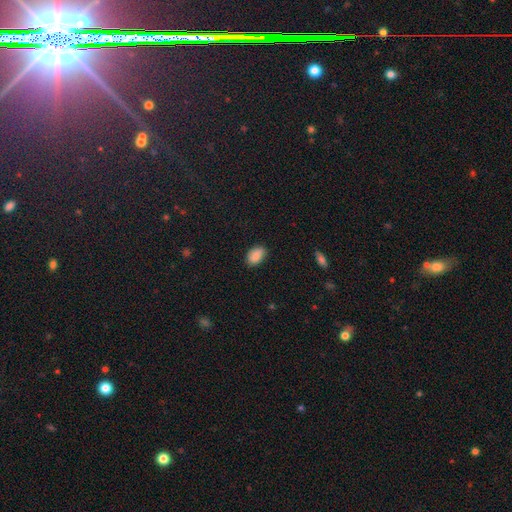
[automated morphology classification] Overall: smooth (88%). How rounded: in between (88%). Merging: none (82%).